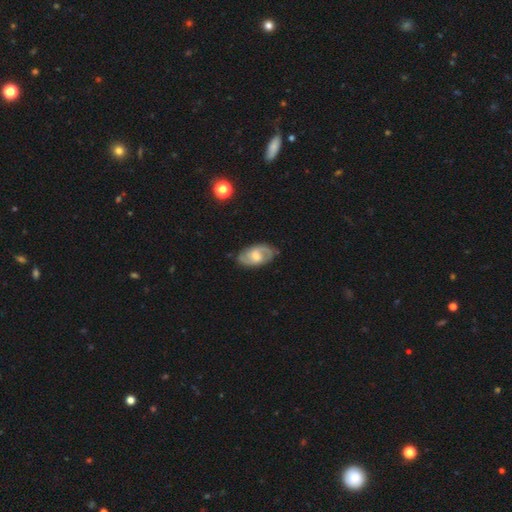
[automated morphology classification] type=featured or disk (73%); edge-on=no (95%); bar=weak (50%); spiral arms=yes (91%); winding=medium (48%); arm count=2 (84%); bulge=moderate (58%); merging=none (81%).